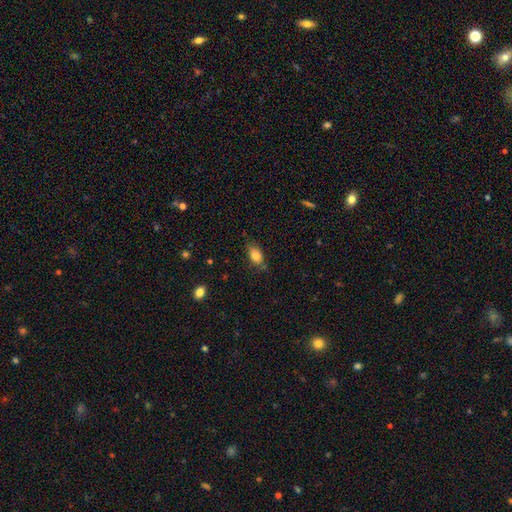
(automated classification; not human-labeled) A smooth galaxy with no disk features (81%) that is in between round and cigar-shaped (84%).

Vote fractions:
- Smooth or featured? smooth: 81% / featured or disk: 10% / star or artifact: 9%
- How rounded? in between: 84% / round: 12% / cigar-shaped: 4%
- Merging? none: 71% / minor disturbance: 21% / major disturbance: 4% / merger: 4%